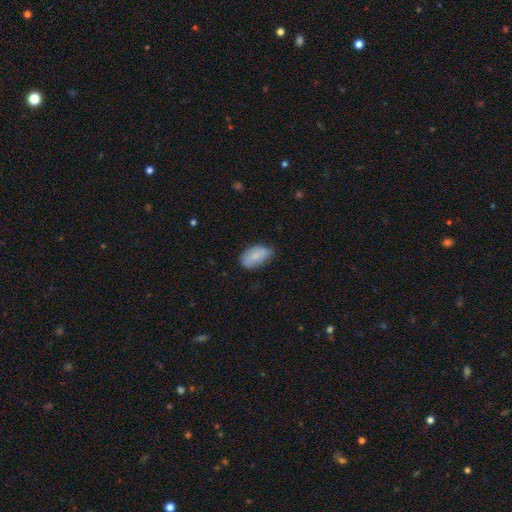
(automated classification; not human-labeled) This is likely a smooth galaxy (78%). How rounded: clearly in between (93%). Merging: possibly none (54%).